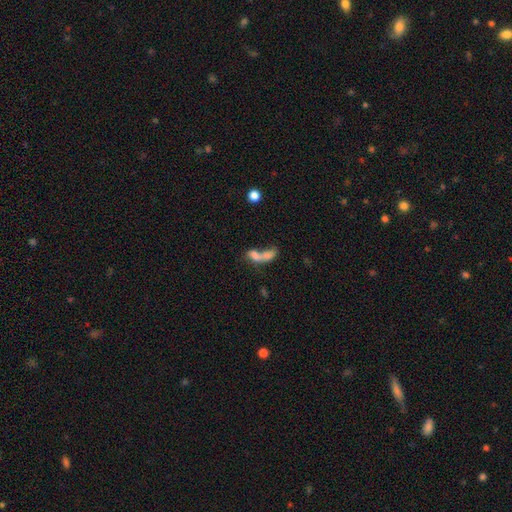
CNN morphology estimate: The model was most divided on "smooth or featured": smooth: 65%, featured or disk: 24%, star or artifact: 12%. More confident: merging — merger (72%); how rounded — in between (69%).